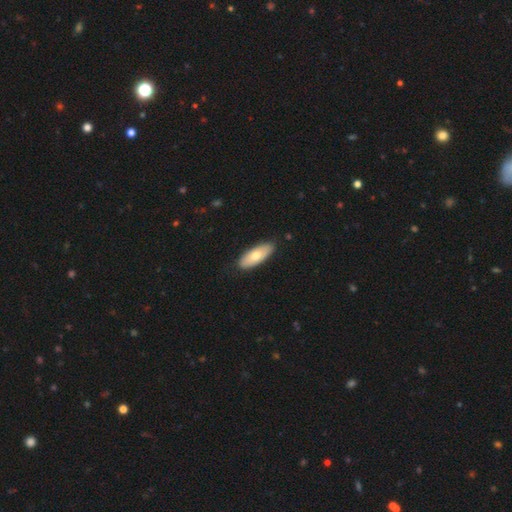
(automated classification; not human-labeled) A smooth galaxy with no disk features (71%) that is in between round and cigar-shaped (79%). Merging: none (86%).